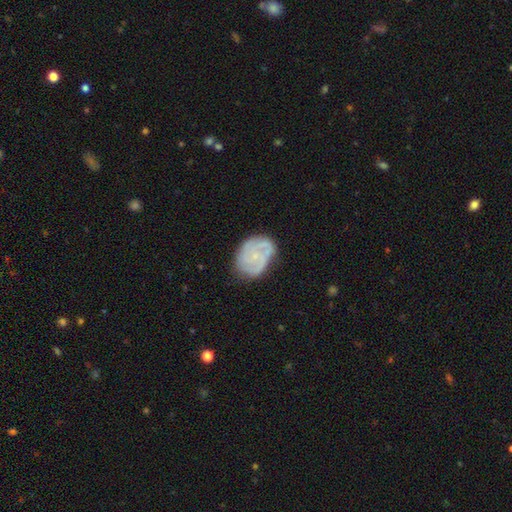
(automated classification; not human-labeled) featured or disk 72%, smooth 21%, star or artifact 7%. Down the decision tree: edge-on disk — no (98%); bar — no (74%); spiral arms — yes (88%); spiral arm count — 3 (29%, tied with can't tell); spiral winding — tight (56%); bulge size — small (77%); merging — none (65%).